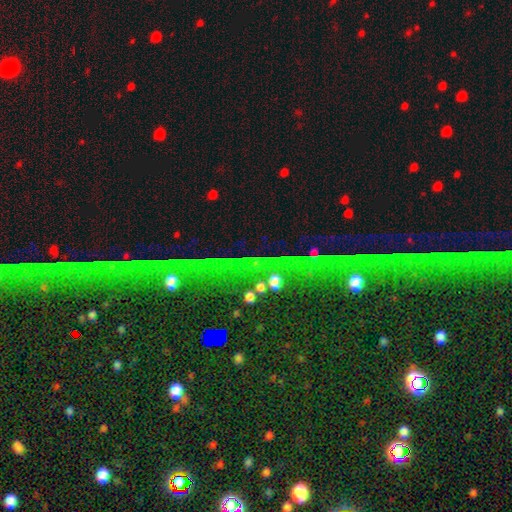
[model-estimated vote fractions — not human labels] A star or artifact, not a galaxy (83%).